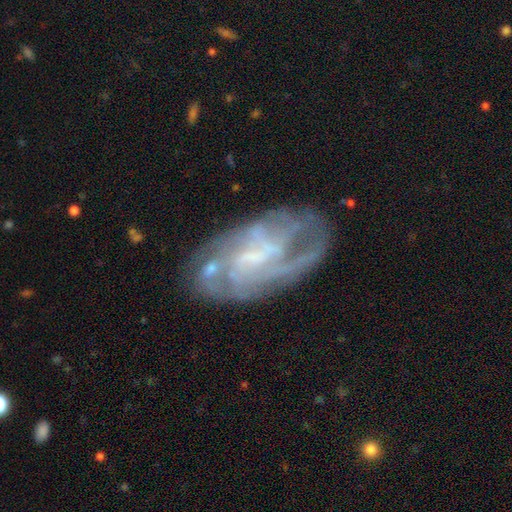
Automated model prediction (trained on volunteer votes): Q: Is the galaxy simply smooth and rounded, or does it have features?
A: featured or disk — 79%.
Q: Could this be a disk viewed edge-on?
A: no — 95%.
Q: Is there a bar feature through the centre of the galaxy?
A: weak — 46%.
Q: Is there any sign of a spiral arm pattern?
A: yes — 82%.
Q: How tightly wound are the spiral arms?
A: tight — 47%.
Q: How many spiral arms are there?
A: can't tell — 47%.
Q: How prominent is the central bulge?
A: small — 39%.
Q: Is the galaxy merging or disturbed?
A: none — 62%.